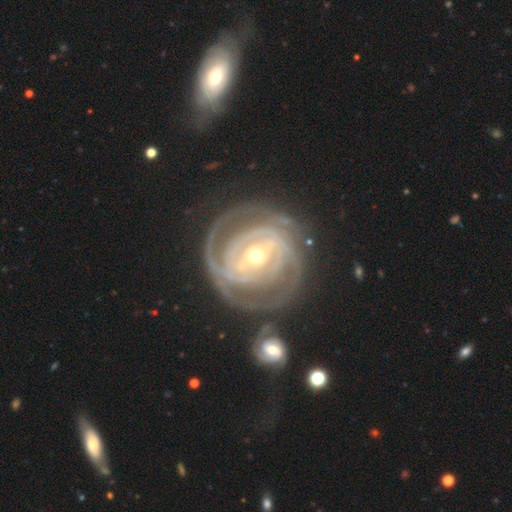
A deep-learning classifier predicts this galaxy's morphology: This appears to be a featured or disk galaxy (90%) with a strong bar (45%), 2 (32%) tight (79%) spiral arms (96%) and a small central bulge (51%). Merging: none (70%).